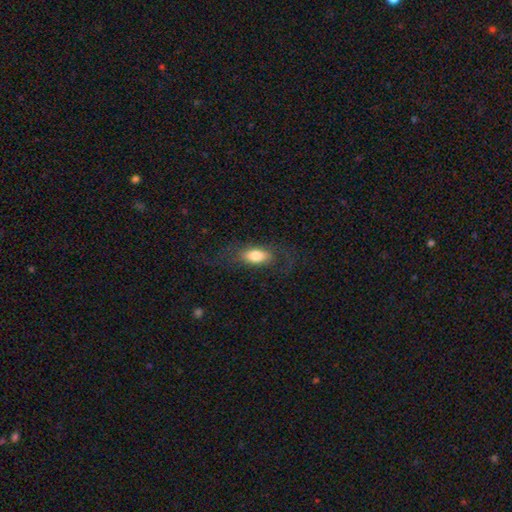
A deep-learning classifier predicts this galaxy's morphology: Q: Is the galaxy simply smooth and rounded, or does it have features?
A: smooth — 64%.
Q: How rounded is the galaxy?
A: in between — 84%.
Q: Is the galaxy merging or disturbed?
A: none — 63%.